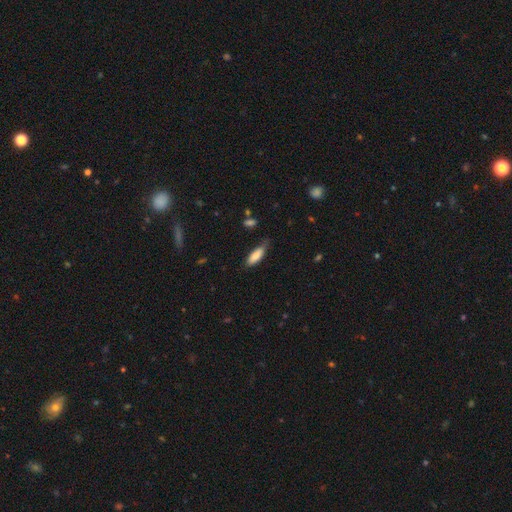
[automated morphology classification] Smooth or featured: smooth — 84% (featured or disk — 10%)
How rounded: in between — 59% (cigar-shaped — 39%)
Merging: none — 58% (minor disturbance — 32%)